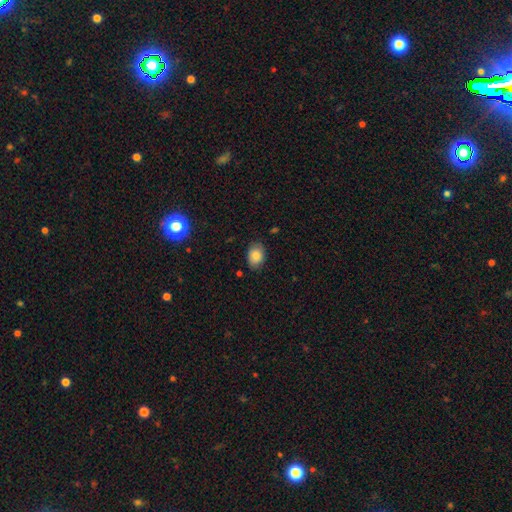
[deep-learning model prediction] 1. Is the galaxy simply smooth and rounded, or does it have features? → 85% smooth, 9% star or artifact, 7% featured or disk.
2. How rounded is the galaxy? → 74% in between, 25% round, 1% cigar-shaped.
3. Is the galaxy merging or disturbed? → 82% none, 14% minor disturbance, 3% major disturbance, 1% merger.